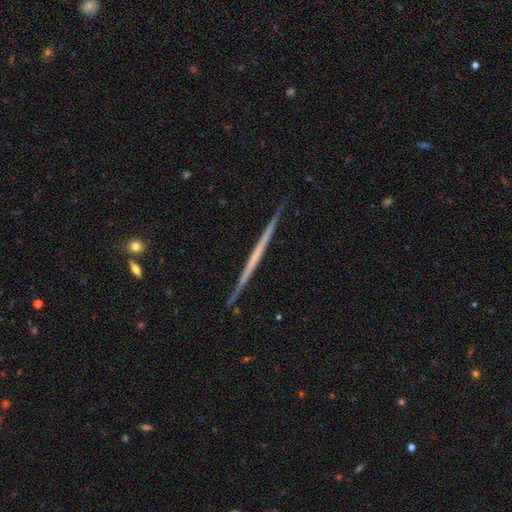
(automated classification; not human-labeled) A featured or disk galaxy (68%) viewed edge-on (98%) with no central bulge (90%). Merging: none (91%).